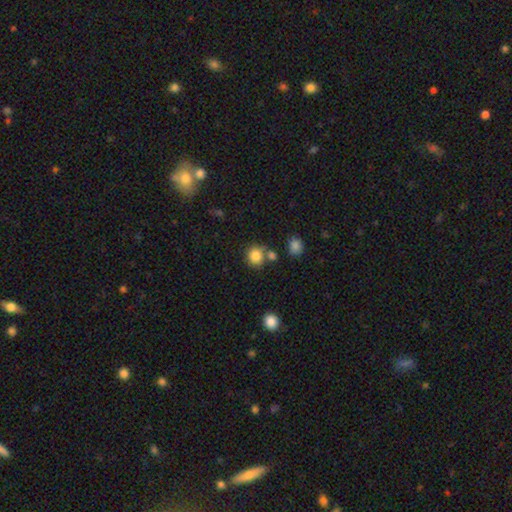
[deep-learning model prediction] A smooth galaxy with no disk features (83%) that is round (85%). Merging: none (66%).